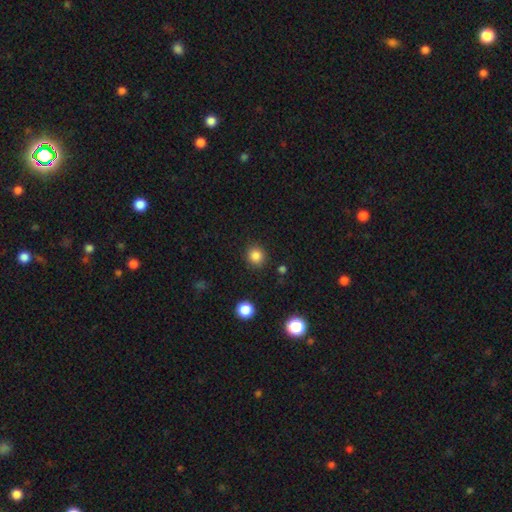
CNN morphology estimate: Q: Smooth or featured?
A: smooth (85%); runner-up: star or artifact (12%)
Q: How rounded?
A: round (90%); runner-up: in between (9%)
Q: Merging?
A: none (90%); runner-up: minor disturbance (6%)